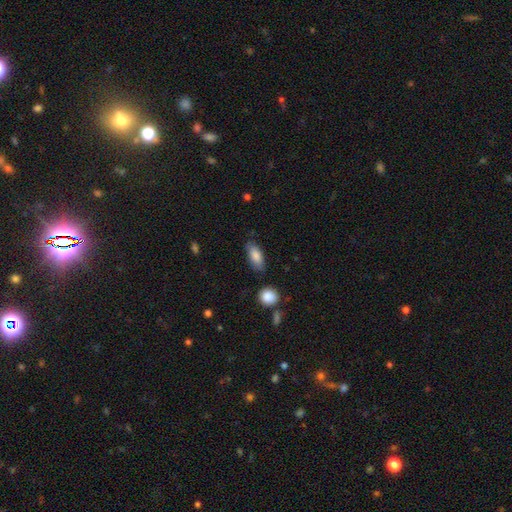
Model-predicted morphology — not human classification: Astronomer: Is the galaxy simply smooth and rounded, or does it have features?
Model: smooth — 84%.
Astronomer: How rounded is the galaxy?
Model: in between — 83%.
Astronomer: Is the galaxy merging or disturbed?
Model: none — 78%.